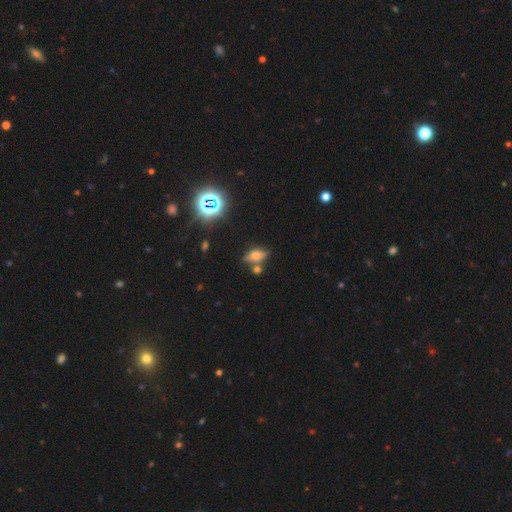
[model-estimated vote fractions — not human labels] Smooth or featured?
  - smooth: 59% *
  - featured or disk: 22%
  - star or artifact: 19%
How rounded?
  - in between: 79% *
  - cigar-shaped: 12%
  - round: 9%
Merging?
  - none: 60% *
  - minor disturbance: 18%
  - merger: 17%
  - major disturbance: 5%